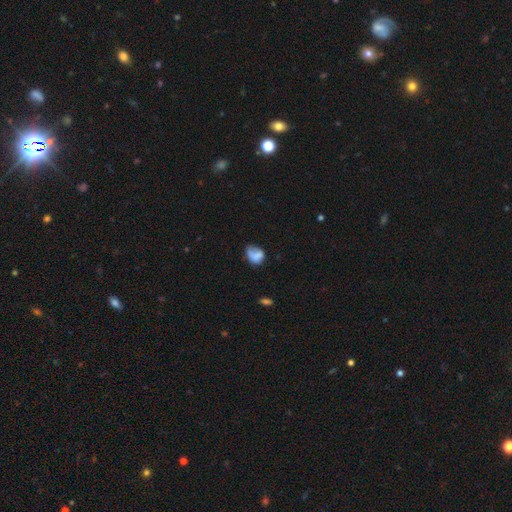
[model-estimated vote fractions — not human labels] Overall: smooth (68%). How rounded: in between (60%; round 38%). Merging: none (36%; minor disturbance 32%).